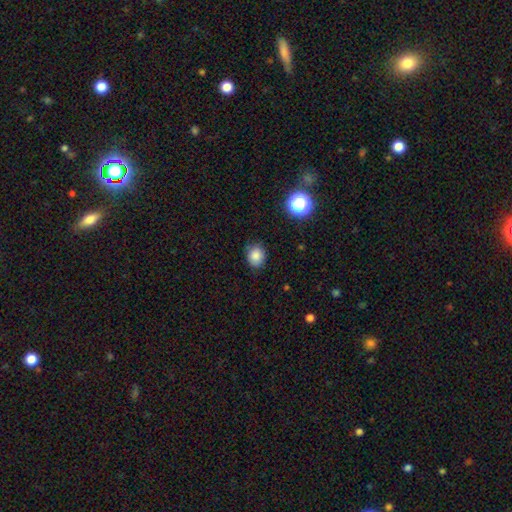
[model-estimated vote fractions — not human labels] A smooth galaxy with no disk features (83%) that is round (65%).

Vote fractions:
- Smooth or featured? smooth: 83% / star or artifact: 11% / featured or disk: 5%
- How rounded? round: 65% / in between: 34% / cigar-shaped: 1%
- Merging? none: 80% / minor disturbance: 15% / major disturbance: 3% / merger: 1%